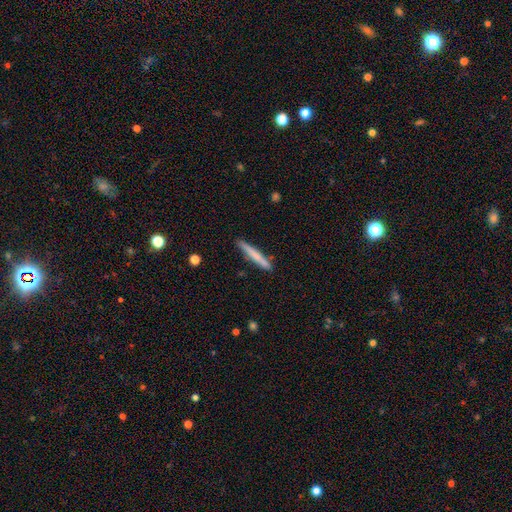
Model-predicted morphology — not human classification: smooth 66%, featured or disk 28%, star or artifact 6%. Down the decision tree: how rounded — cigar-shaped (96%); merging — none (86%).